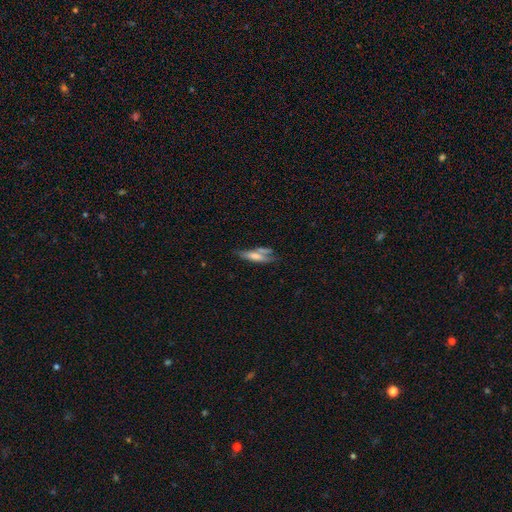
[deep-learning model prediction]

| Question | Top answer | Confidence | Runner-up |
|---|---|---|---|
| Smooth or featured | smooth | 60% | featured or disk (33%) |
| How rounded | cigar-shaped | 61% | in between (36%) |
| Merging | none | 48% | merger (26%) |